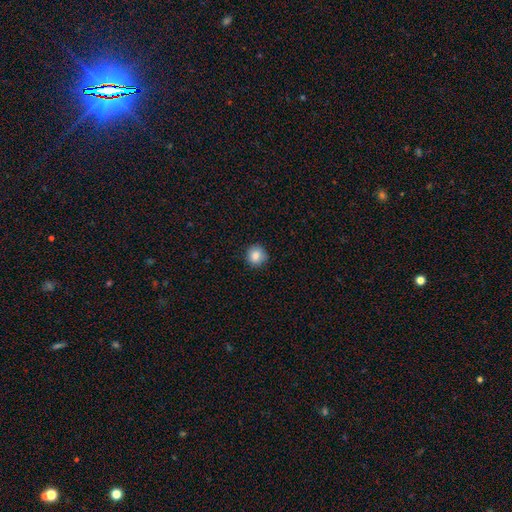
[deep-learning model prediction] This is clearly a smooth galaxy (85%). How rounded: clearly round (91%). Merging: clearly none (86%).